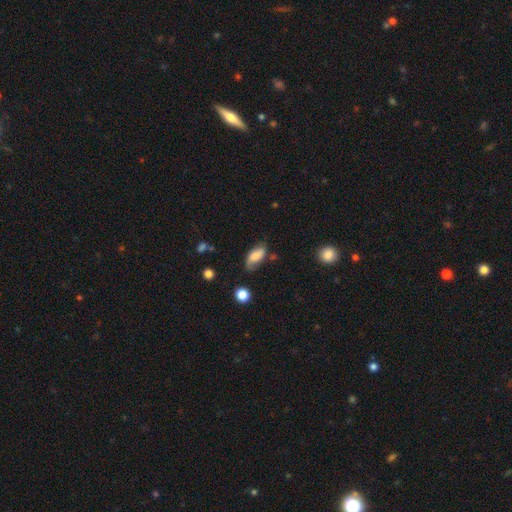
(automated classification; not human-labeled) smooth_or_featured: smooth (p=0.68) [alt: featured or disk p=0.24]
how_rounded: in between (p=0.89) [alt: cigar-shaped p=0.06]
merging: none (p=0.56) [alt: minor disturbance p=0.30]